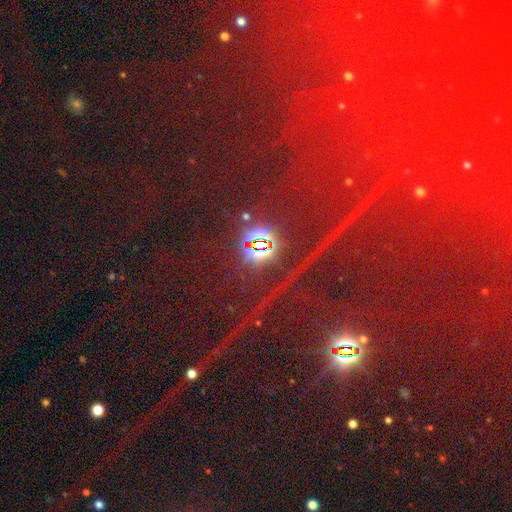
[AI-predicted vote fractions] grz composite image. It shows a star or artifact, not a galaxy (86%).